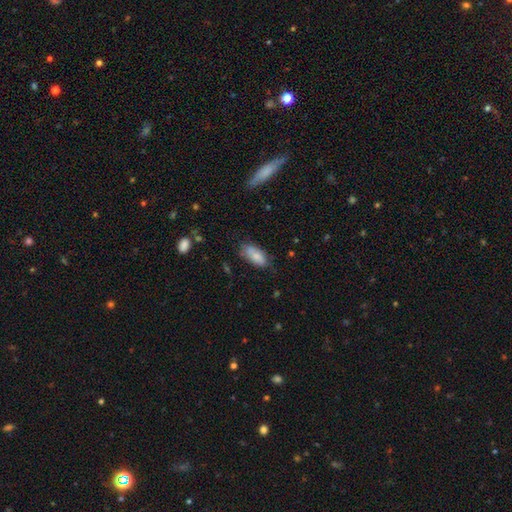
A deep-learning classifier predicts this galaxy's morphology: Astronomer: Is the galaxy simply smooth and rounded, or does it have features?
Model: smooth — 78%.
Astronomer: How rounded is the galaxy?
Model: in between — 89%.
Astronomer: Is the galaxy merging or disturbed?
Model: none — 64%.